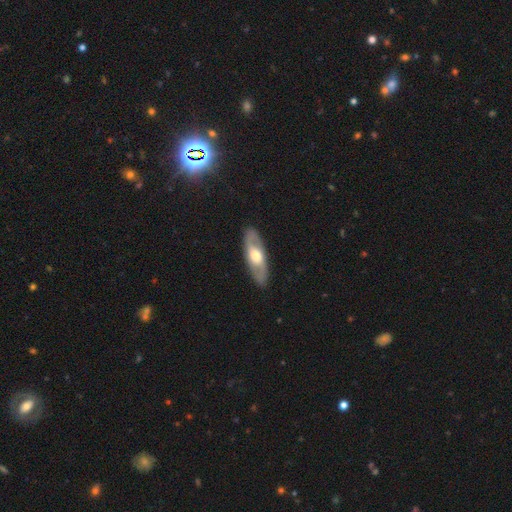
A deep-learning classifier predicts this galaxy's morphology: Smooth or featured? featured or disk (62%)
Edge-on disk? no (76%)
Merging? none (89%)